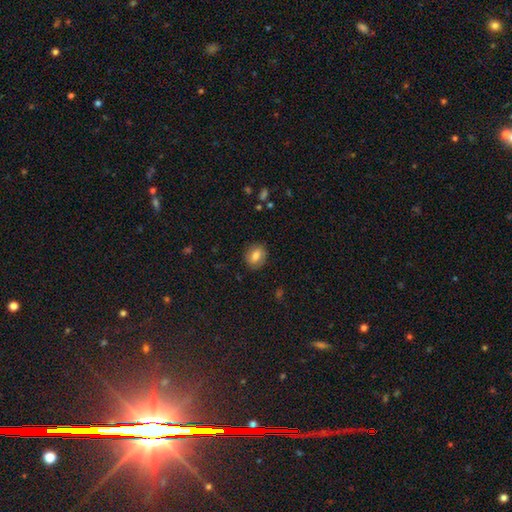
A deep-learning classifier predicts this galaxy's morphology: type=smooth (75%); roundness=round (53%); merging=none (84%).